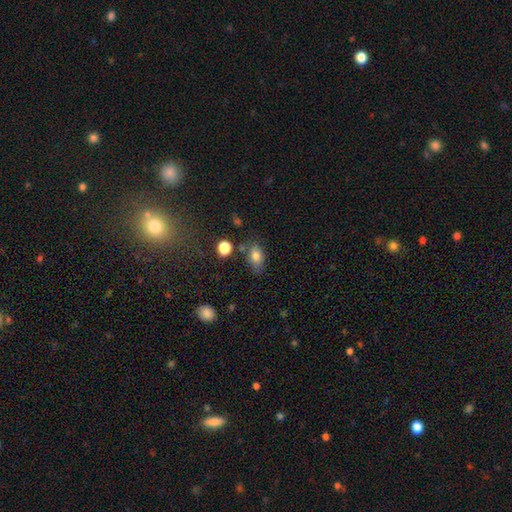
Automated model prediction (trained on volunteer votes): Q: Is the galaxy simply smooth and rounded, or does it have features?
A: smooth — 80%.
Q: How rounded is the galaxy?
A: in between — 86%.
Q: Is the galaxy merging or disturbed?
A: none — 70%.